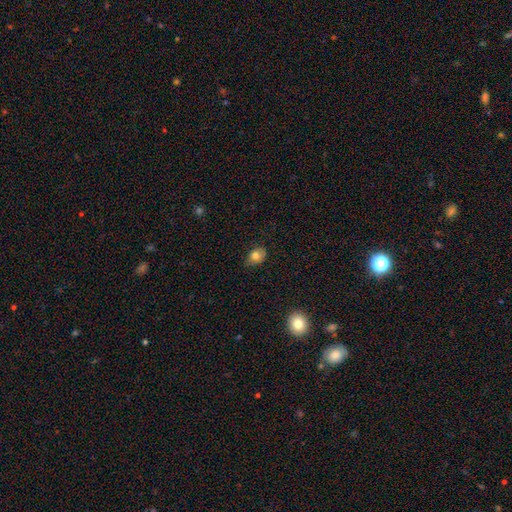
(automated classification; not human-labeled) Smooth or featured? smooth (78%)
How rounded? in between (71%)
Merging? none (68%)